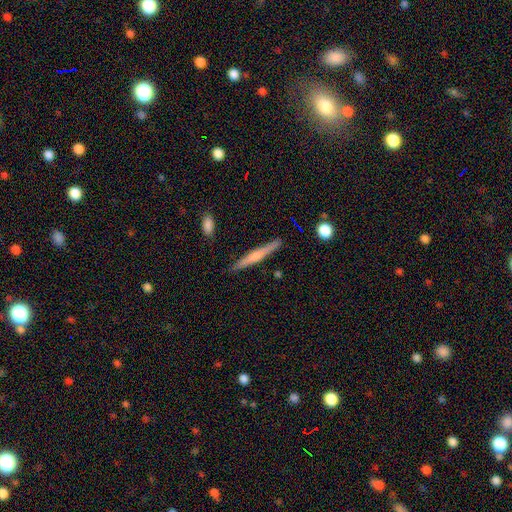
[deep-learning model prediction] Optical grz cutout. It shows a featured or disk galaxy (65%) viewed edge-on (97%) with a rounded central bulge (73%). Merging: none (89%).